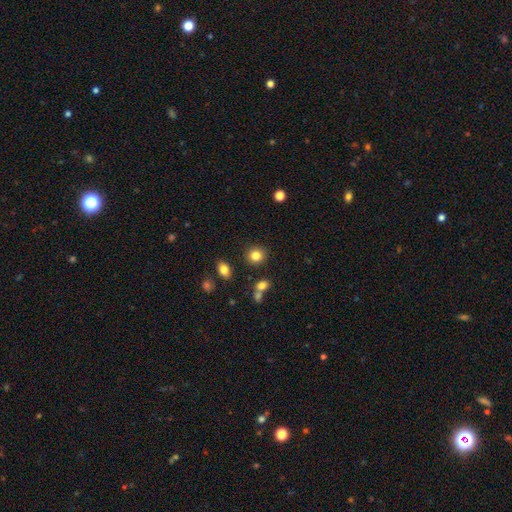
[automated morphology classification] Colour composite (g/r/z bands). It shows a smooth galaxy with no disk features (83%) that is round (83%). Merging: none (85%).